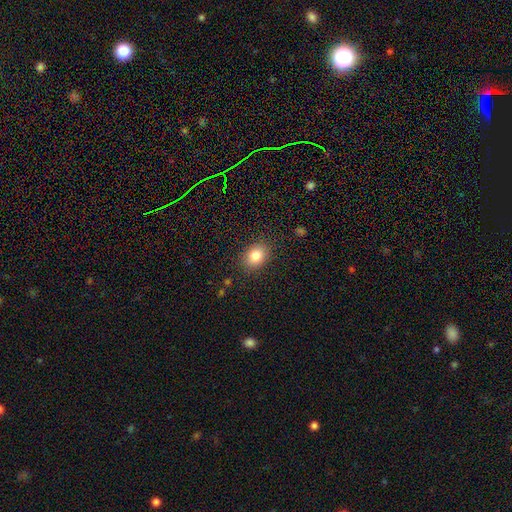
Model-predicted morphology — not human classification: Smooth or featured?
  - smooth: 83% *
  - star or artifact: 10%
  - featured or disk: 8%
How rounded?
  - in between: 62% *
  - round: 37%
  - cigar-shaped: 1%
Merging?
  - none: 87% *
  - minor disturbance: 9%
  - major disturbance: 3%
  - merger: 1%